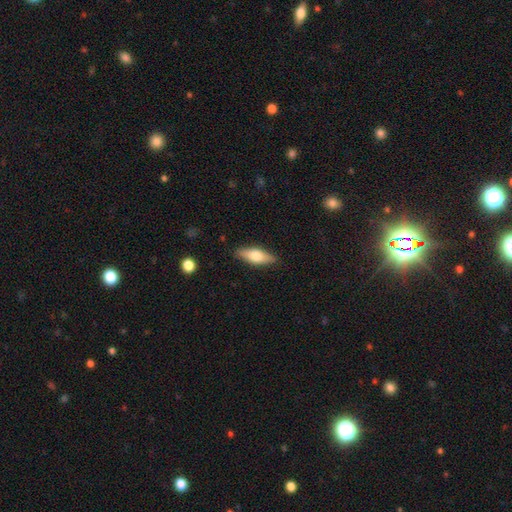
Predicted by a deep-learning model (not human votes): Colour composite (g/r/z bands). It shows a smooth galaxy with no disk features (62%) that is in between round and cigar-shaped (63%). Merging: none (85%).